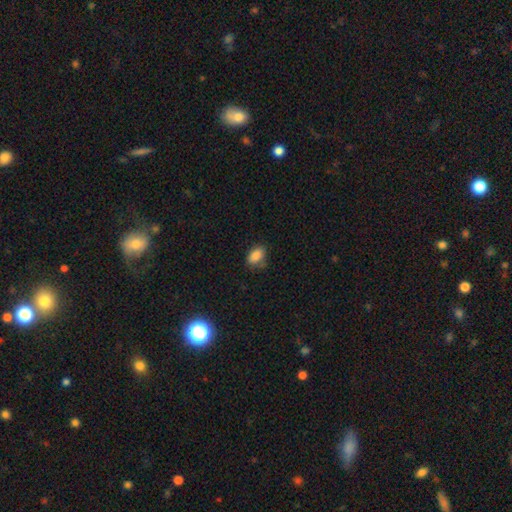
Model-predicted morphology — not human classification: Smooth or featured? Predicted: smooth (p=0.85). How rounded? Predicted: in between (p=0.88). Merging? Predicted: none (p=0.72).